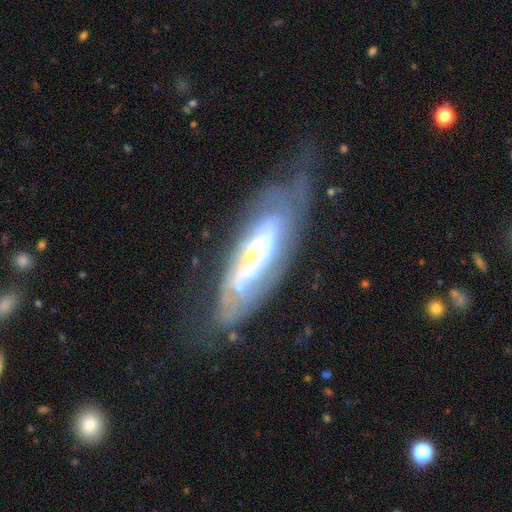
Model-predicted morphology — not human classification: This is likely a featured or disk galaxy (73%). It is likely not viewed edge-on (77%). Bar: possibly no (56%). Spiral arm pattern: likely yes (74%). Central bulge: marginally small (41%). Merging: possibly none (49%).